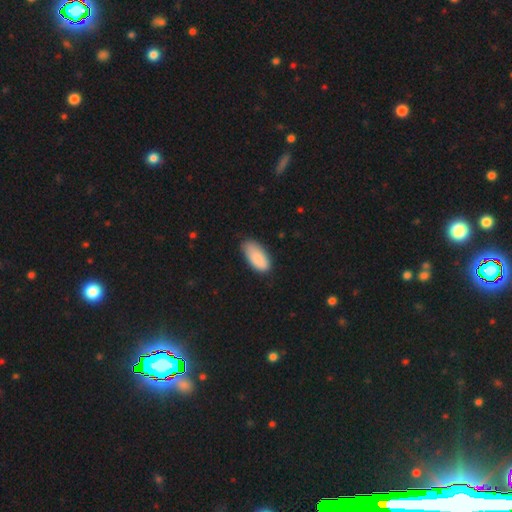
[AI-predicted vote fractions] Smooth or featured? smooth (89%)
How rounded? in between (90%)
Merging? none (74%)